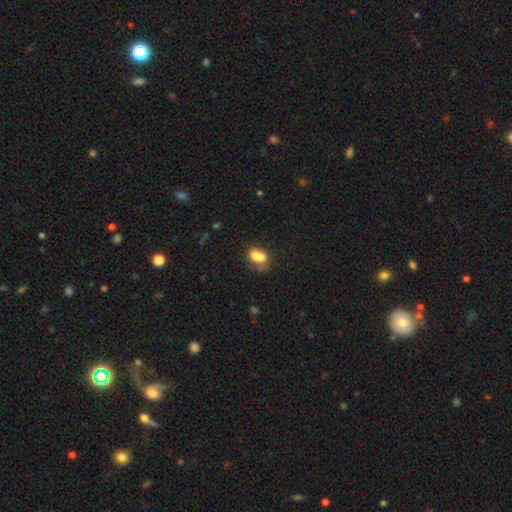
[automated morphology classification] smooth 72%, featured or disk 17%, star or artifact 11%. Down the decision tree: how rounded — in between (77%); merging — merger (45%).